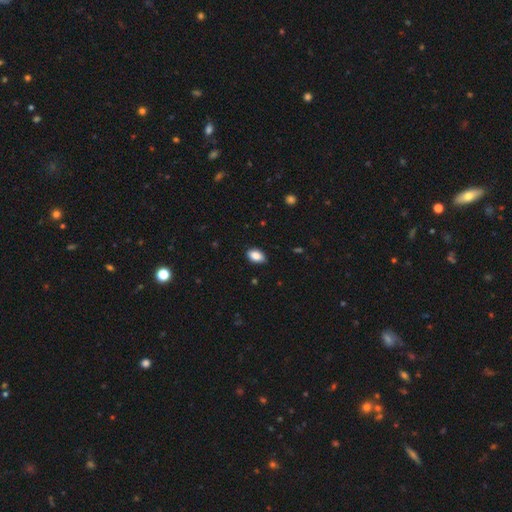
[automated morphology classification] A smooth galaxy with no disk features (87%) that is in between round and cigar-shaped (90%). Merging: none (83%).